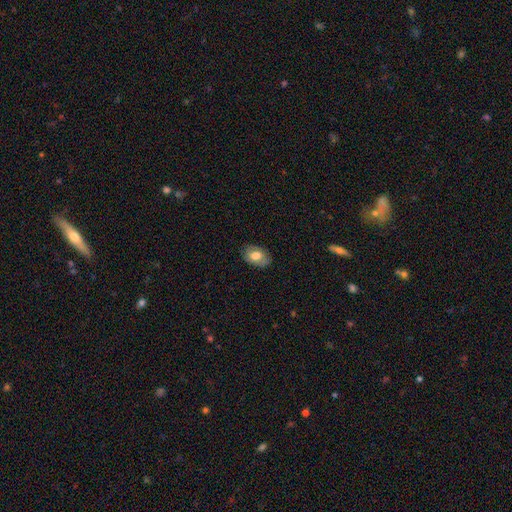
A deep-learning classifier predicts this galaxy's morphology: A smooth galaxy with no disk features (69%) that is in between round and cigar-shaped (85%). Merging: none (81%).